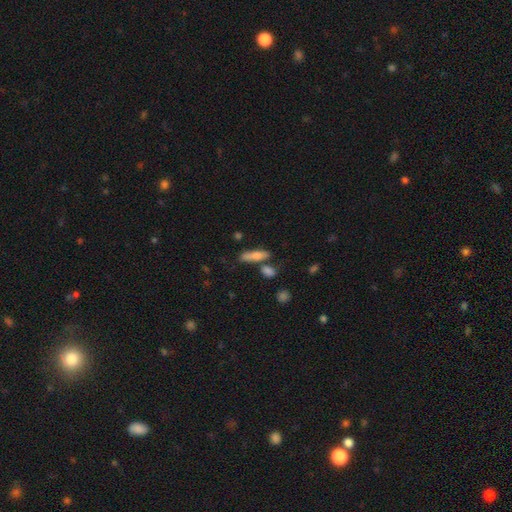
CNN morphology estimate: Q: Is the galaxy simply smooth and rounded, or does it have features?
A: smooth — 70%.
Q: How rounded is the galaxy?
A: cigar-shaped — 71%.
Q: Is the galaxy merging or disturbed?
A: none — 63%.